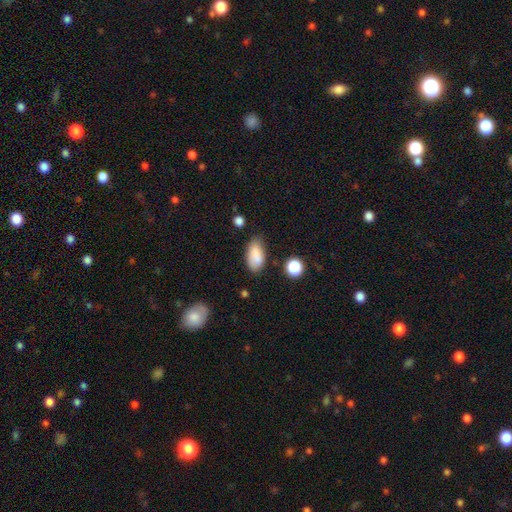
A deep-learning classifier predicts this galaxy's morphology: Smooth or featured? smooth (84%)
How rounded? in between (91%)
Merging? none (65%)